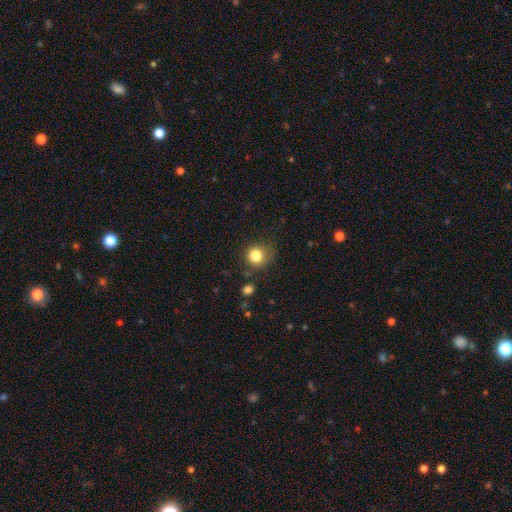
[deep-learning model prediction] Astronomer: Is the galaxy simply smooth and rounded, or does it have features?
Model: smooth — 83%.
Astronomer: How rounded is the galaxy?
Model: round — 90%.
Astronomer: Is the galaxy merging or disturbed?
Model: none — 78%.